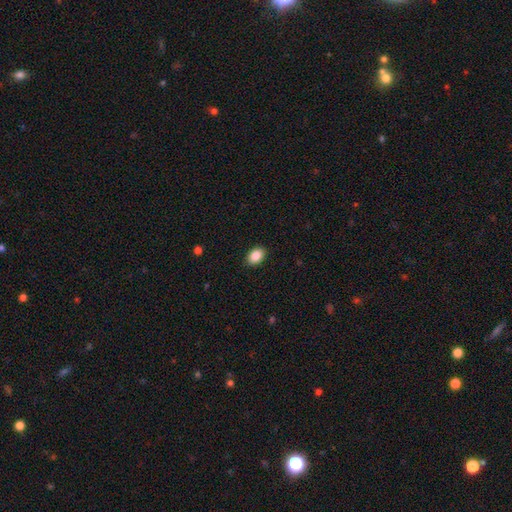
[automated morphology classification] This appears to be a smooth galaxy with no disk features (88%) that is in between round and cigar-shaped (83%). Merging: none (89%).